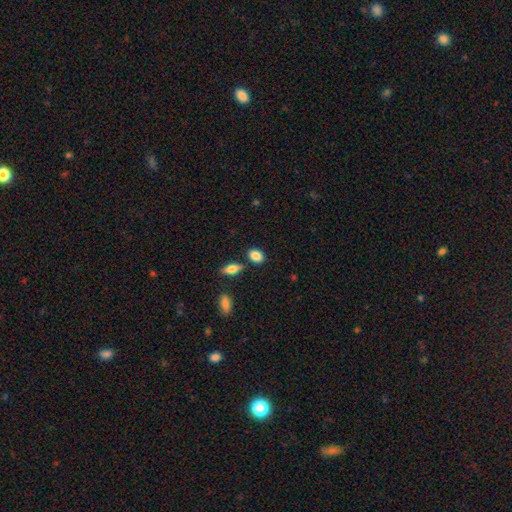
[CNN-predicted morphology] smooth 85%, star or artifact 8%, featured or disk 7%. Down the decision tree: how rounded — in between (79%); merging — none (75%).